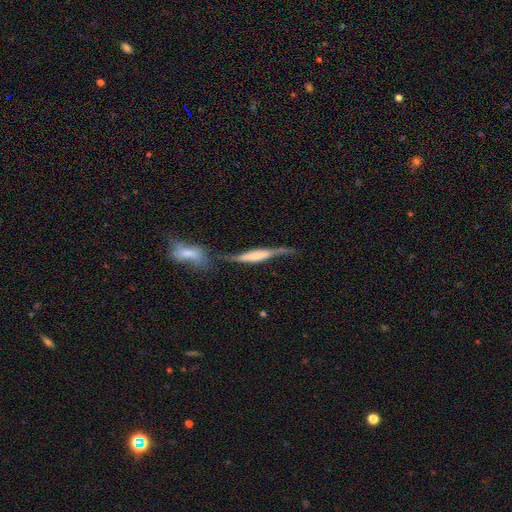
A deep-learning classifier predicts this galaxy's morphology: Smooth or featured? featured or disk (62%)
Edge-on disk? yes (78%)
Merging? none (36%)